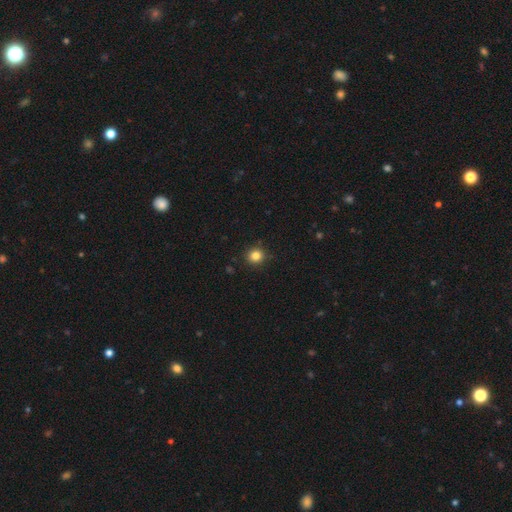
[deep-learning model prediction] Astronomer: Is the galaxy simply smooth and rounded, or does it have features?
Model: smooth — 83%.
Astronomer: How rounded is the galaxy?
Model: round — 92%.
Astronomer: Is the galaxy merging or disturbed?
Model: none — 91%.